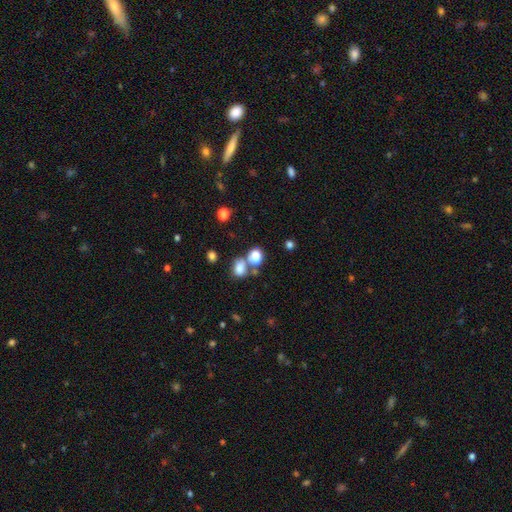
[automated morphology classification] A smooth galaxy with no disk features (78%) that is in between round and cigar-shaped (62%). Merging: merger (47%).